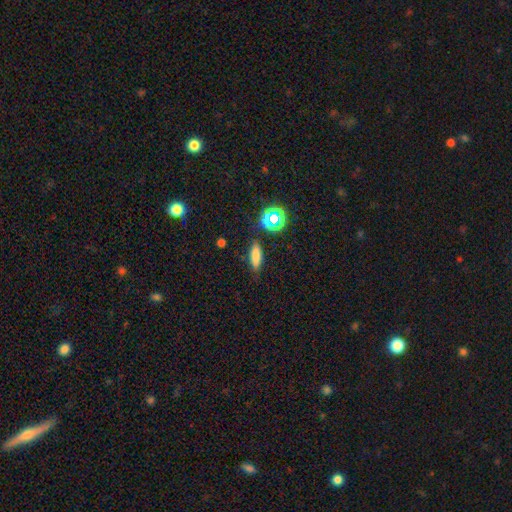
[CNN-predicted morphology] A smooth galaxy with no disk features (76%) that is cigar-shaped (49%).

Vote fractions:
- Smooth or featured? smooth: 76% / star or artifact: 14% / featured or disk: 9%
- How rounded? cigar-shaped: 49% / in between: 46% / round: 5%
- Merging? none: 82% / minor disturbance: 12% / major disturbance: 3% / merger: 2%